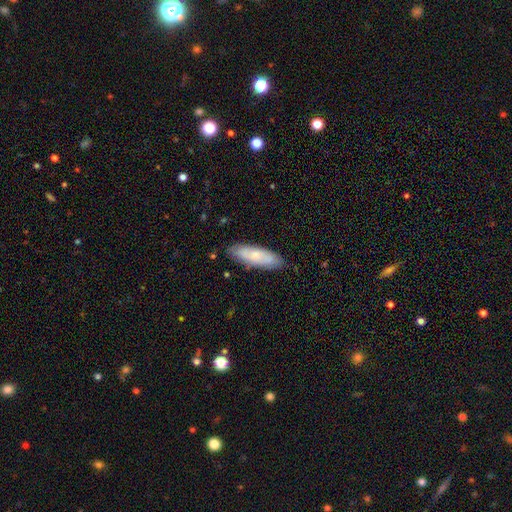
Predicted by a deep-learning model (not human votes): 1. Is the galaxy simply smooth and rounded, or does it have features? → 70% smooth, 24% featured or disk, 6% star or artifact.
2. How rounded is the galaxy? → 53% cigar-shaped, 45% in between, 2% round.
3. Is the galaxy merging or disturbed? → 83% none, 13% minor disturbance, 2% major disturbance, 2% merger.